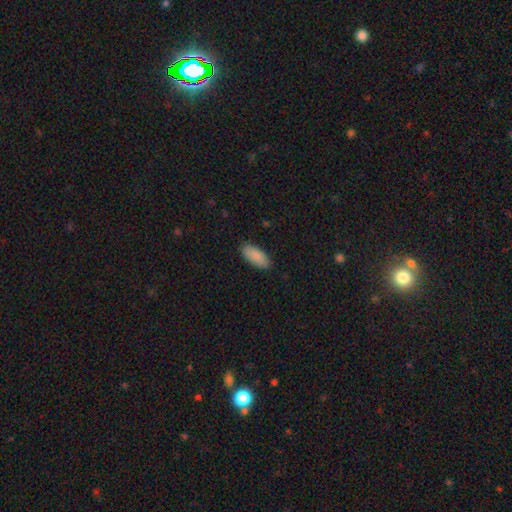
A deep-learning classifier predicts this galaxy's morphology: Q: Smooth or featured?
A: smooth (90%); runner-up: star or artifact (6%)
Q: How rounded?
A: in between (89%); runner-up: cigar-shaped (9%)
Q: Merging?
A: none (87%); runner-up: minor disturbance (10%)